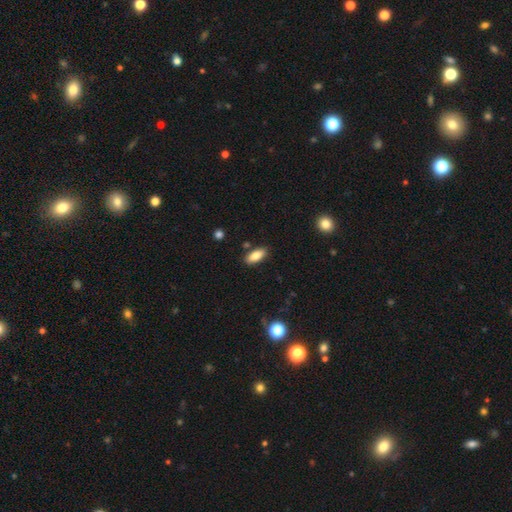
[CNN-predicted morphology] The model was most divided on "how rounded": in between: 84%, cigar-shaped: 14%, round: 2%. More confident: smooth or featured — smooth (84%); merging — none (84%).